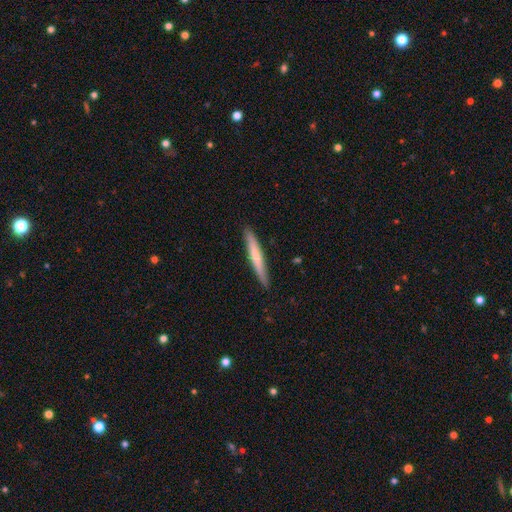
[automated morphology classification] smooth-or-featured: smooth: 62% | featured or disk: 33% | star or artifact: 5%
  how-rounded: cigar-shaped: 96% | in between: 3% | round: 1%
  merging: none: 89% | minor disturbance: 8% | major disturbance: 1% | merger: 1%